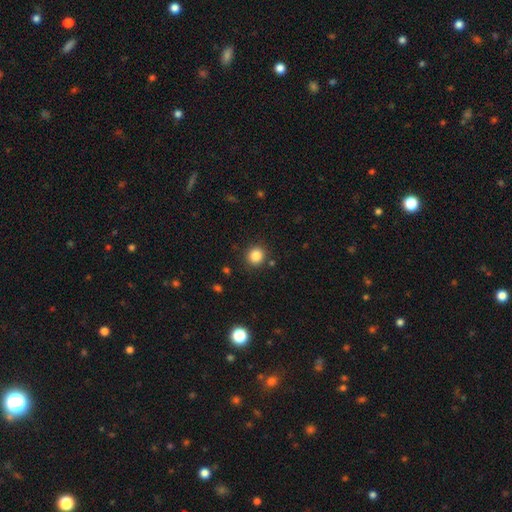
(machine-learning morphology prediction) This appears to be a smooth galaxy with no disk features (85%) that is round (91%). Merging: none (89%).